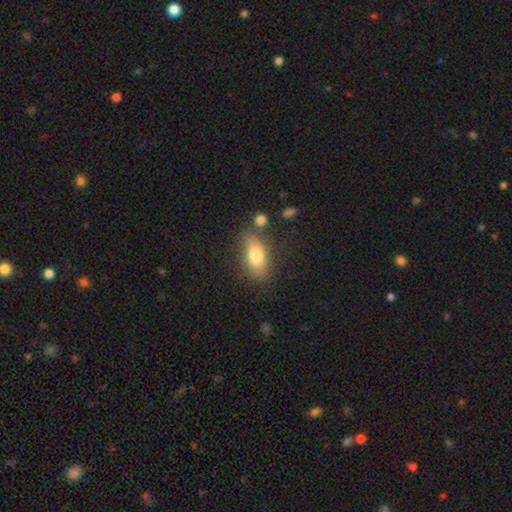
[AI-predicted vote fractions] The model was most divided on "merging": none: 73%, minor disturbance: 16%, merger: 7%, major disturbance: 5%. More confident: how rounded — in between (85%); smooth or featured — smooth (77%).